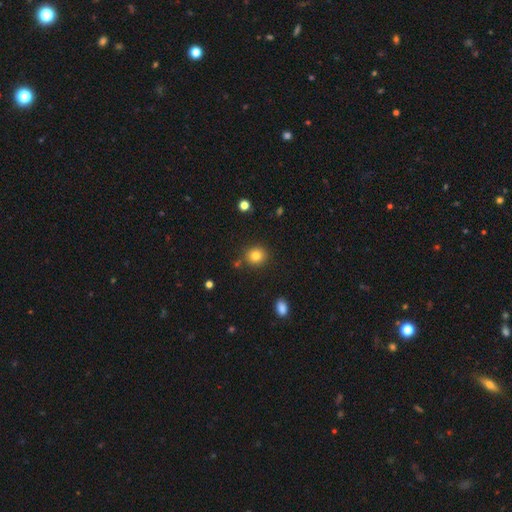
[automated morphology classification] Smooth or featured: smooth — 81% (star or artifact — 11%)
How rounded: round — 84% (in between — 15%)
Merging: none — 85% (minor disturbance — 9%)